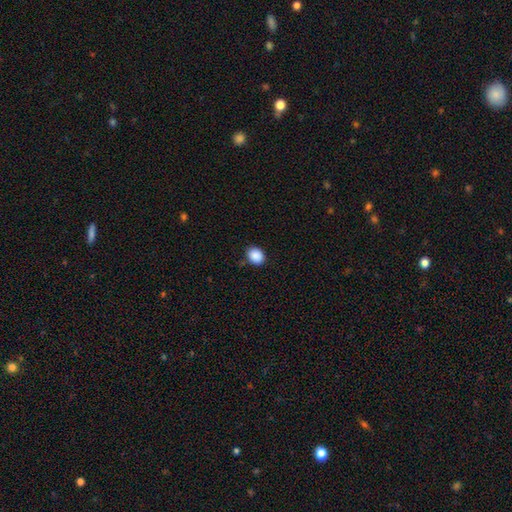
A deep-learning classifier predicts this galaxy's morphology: A smooth galaxy with no disk features (89%) that is round (53%). Merging: none (86%).